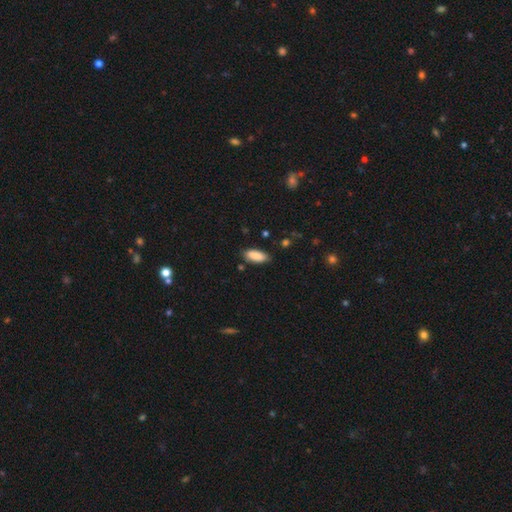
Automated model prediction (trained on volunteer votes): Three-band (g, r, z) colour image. It shows a smooth galaxy with no disk features (89%) that is in between round and cigar-shaped (84%). Merging: none (81%).